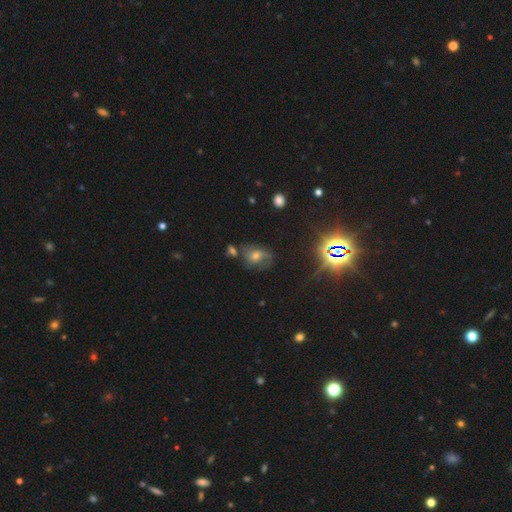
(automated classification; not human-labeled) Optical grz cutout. It shows a featured or disk galaxy (47%). Merging: none (55%).